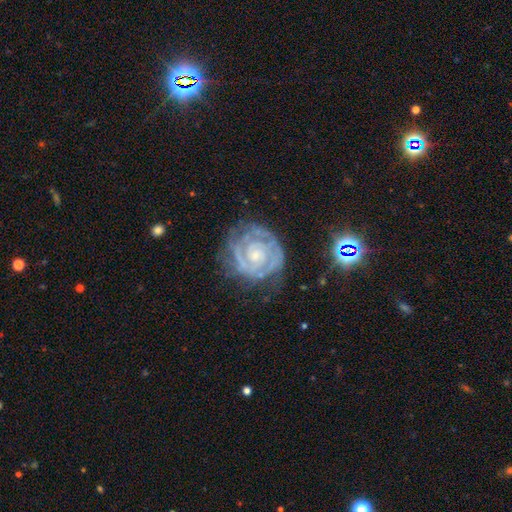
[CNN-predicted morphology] This is clearly a featured or disk galaxy (86%). It is clearly not viewed edge-on (98%). Bar: likely no (73%). Spiral arm pattern: clearly yes (94%). Spiral arm count: marginally 2 (42%). Spiral winding: likely tight (77%). Central bulge: likely small (66%). Merging: likely none (69%).